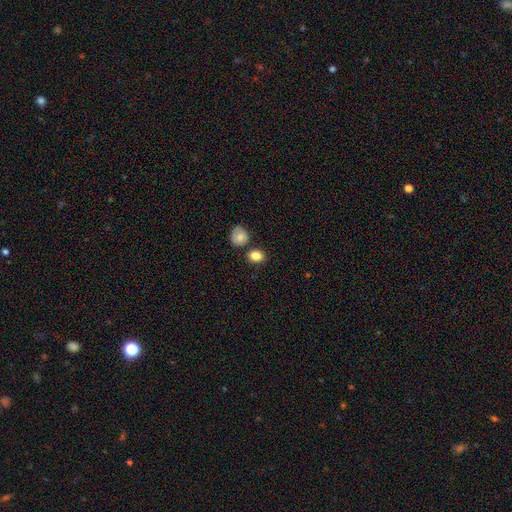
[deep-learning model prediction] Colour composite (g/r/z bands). It shows a smooth galaxy with no disk features (84%) that is round (54%). Merging: none (72%).